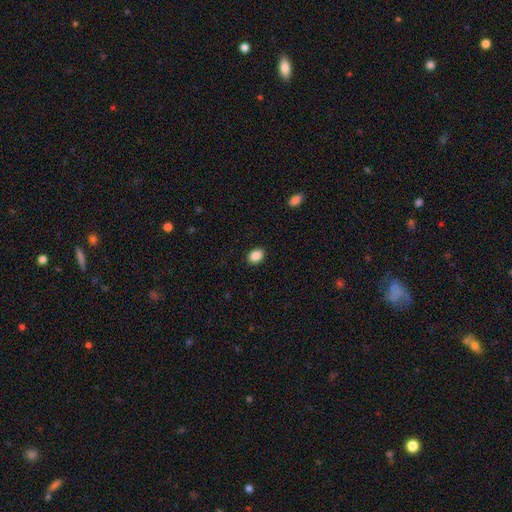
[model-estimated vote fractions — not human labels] This appears to be a smooth galaxy with no disk features (89%) that is in between round and cigar-shaped (74%). Merging: none (90%).